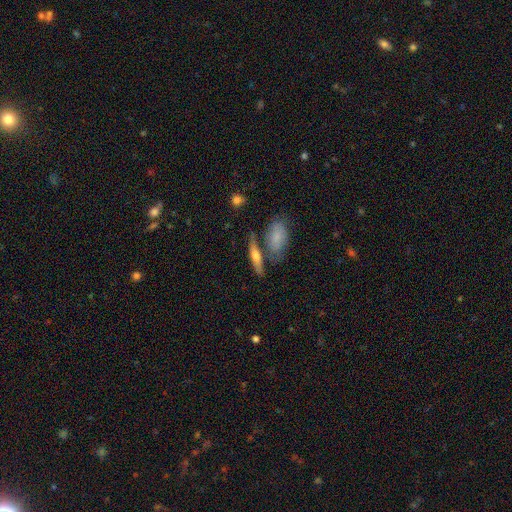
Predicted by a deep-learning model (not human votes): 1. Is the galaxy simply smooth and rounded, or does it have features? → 47% smooth, 46% featured or disk, 7% star or artifact.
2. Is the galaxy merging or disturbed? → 68% none, 16% merger, 12% minor disturbance, 4% major disturbance.